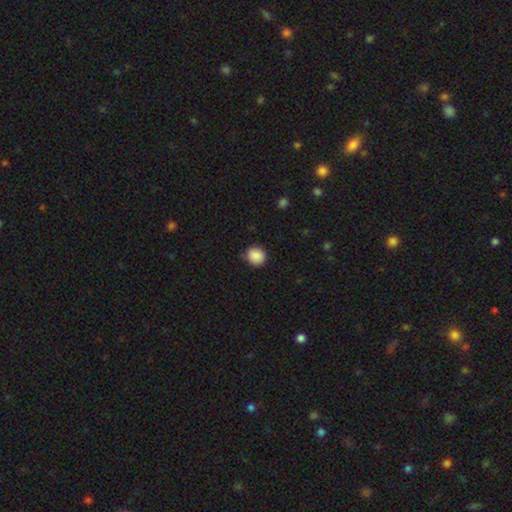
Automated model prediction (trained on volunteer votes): Smooth or featured: smooth — 89% (star or artifact — 8%)
How rounded: round — 85% (in between — 15%)
Merging: none — 80% (minor disturbance — 16%)